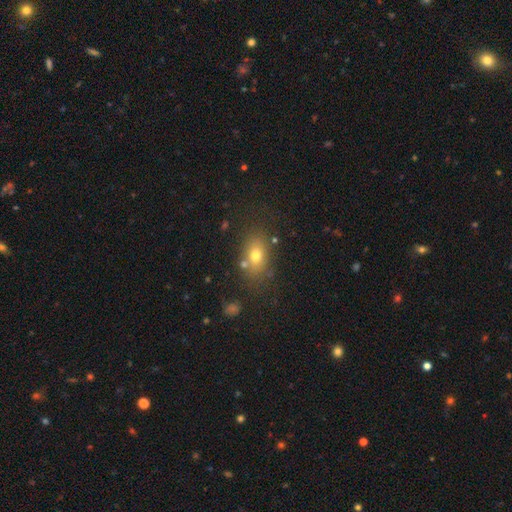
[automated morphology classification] Q: Smooth or featured?
A: smooth (69%); runner-up: star or artifact (15%)
Q: How rounded?
A: in between (70%); runner-up: round (27%)
Q: Merging?
A: none (71%); runner-up: minor disturbance (14%)